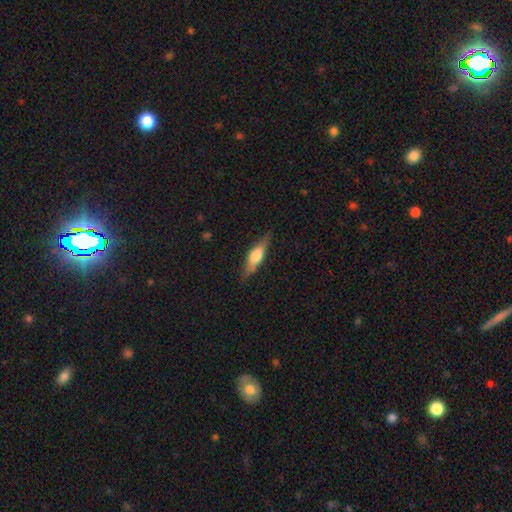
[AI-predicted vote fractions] Smooth or featured? smooth (48%)
Merging? none (82%)